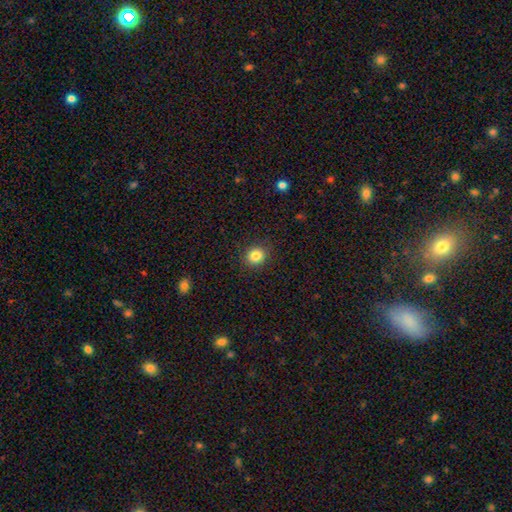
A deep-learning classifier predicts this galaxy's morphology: The model was most divided on "how rounded": round: 80%, in between: 19%, cigar-shaped: 1%. More confident: merging — none (90%); smooth or featured — smooth (84%).